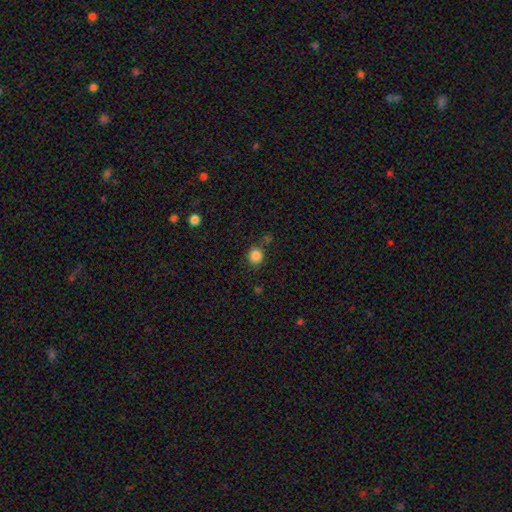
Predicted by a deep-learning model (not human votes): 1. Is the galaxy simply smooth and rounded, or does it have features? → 86% smooth, 10% star or artifact, 4% featured or disk.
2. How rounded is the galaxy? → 80% round, 19% in between, 1% cigar-shaped.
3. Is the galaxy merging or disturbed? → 80% none, 11% minor disturbance, 6% merger, 3% major disturbance.